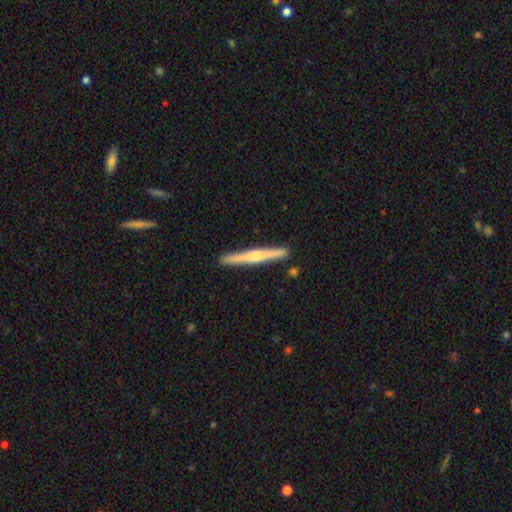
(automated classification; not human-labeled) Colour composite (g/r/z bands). It shows a featured or disk galaxy (59%) viewed edge-on (98%) with a rounded central bulge (67%). Merging: none (91%).